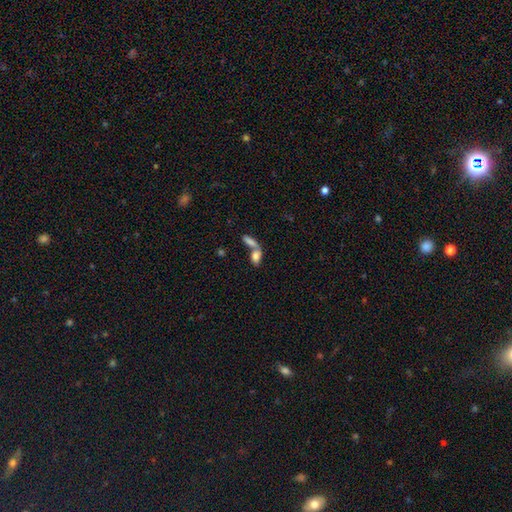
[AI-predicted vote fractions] A smooth galaxy with no disk features (78%) that is in between round and cigar-shaped (83%). Merging: merger (61%).